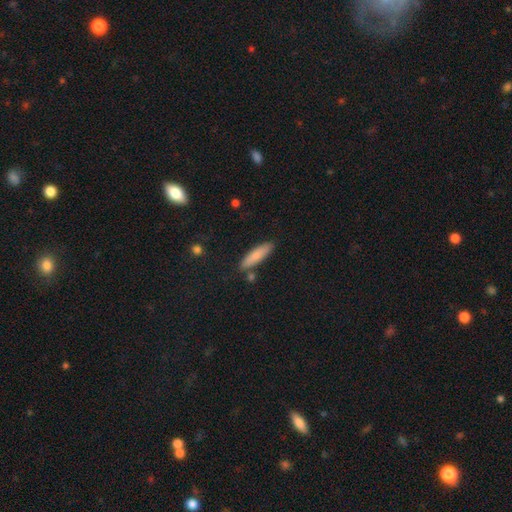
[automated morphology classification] smooth-or-featured: smooth: 80% | featured or disk: 14% | star or artifact: 6%
  how-rounded: cigar-shaped: 69% | in between: 29% | round: 2%
  merging: none: 82% | minor disturbance: 11% | merger: 5% | major disturbance: 2%